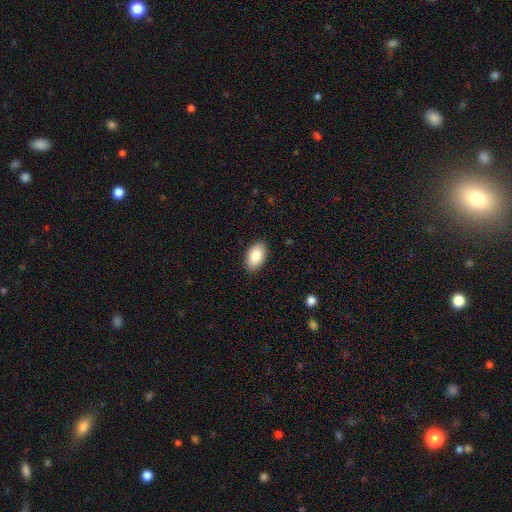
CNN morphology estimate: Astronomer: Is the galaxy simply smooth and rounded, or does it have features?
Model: smooth — 86%.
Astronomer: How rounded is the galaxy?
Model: in between — 93%.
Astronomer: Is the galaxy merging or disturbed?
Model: none — 88%.